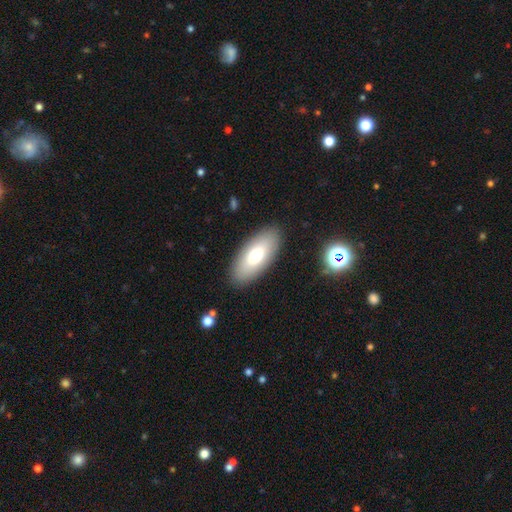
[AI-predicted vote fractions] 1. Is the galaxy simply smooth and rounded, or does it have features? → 71% smooth, 22% featured or disk, 7% star or artifact.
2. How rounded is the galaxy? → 89% in between, 9% cigar-shaped, 2% round.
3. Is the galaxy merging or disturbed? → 88% none, 8% minor disturbance, 3% major disturbance, 1% merger.